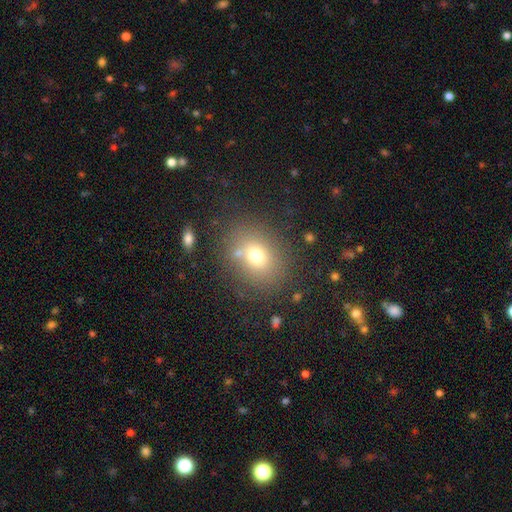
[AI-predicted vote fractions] Smooth or featured? Predicted: smooth (p=0.71). How rounded? Predicted: round (p=0.54). Merging? Predicted: none (p=0.76).